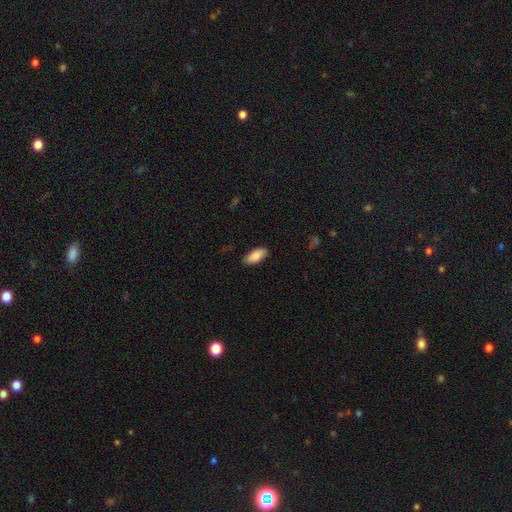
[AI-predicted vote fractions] Morphology: type=smooth (87%); roundness=in between (88%); merging=none (87%).